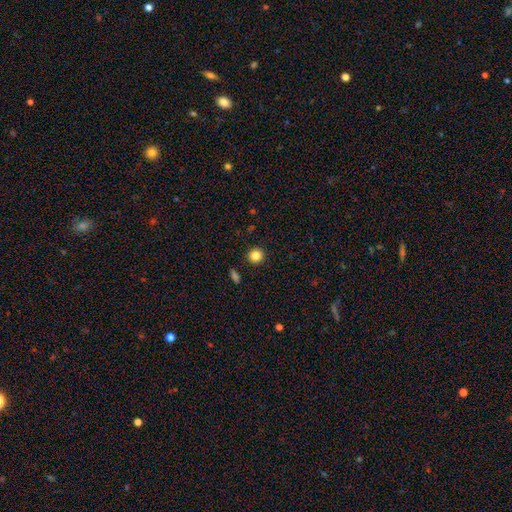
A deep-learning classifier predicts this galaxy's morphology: smooth 83%, star or artifact 11%, featured or disk 5%. Down the decision tree: how rounded — round (92%); merging — none (92%).